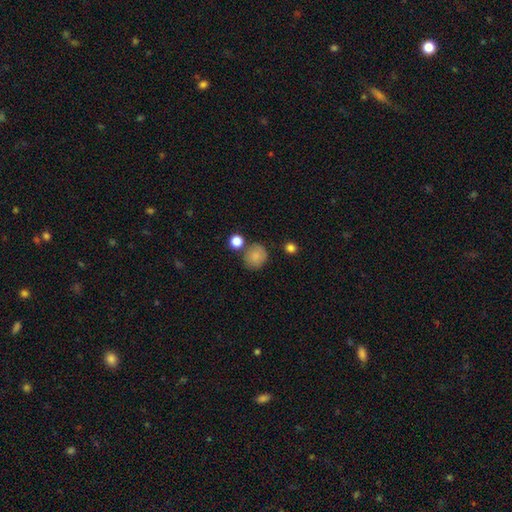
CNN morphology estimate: Smooth or featured?
  - smooth: 84% *
  - star or artifact: 9%
  - featured or disk: 6%
How rounded?
  - round: 79% *
  - in between: 20%
  - cigar-shaped: 1%
Merging?
  - none: 70% *
  - minor disturbance: 15%
  - merger: 10%
  - major disturbance: 5%